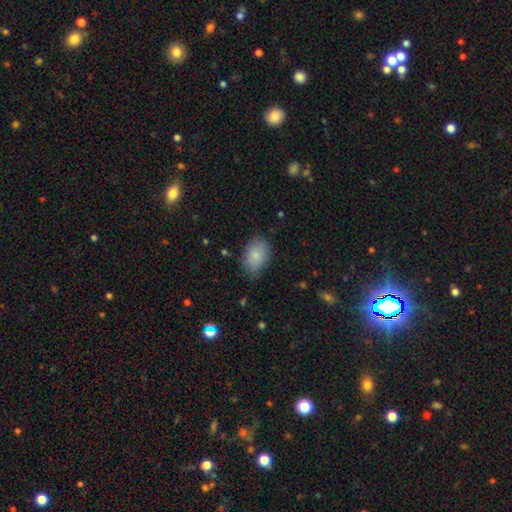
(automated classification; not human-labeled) A smooth galaxy with no disk features (84%) that is in between round and cigar-shaped (88%). Merging: none (75%).